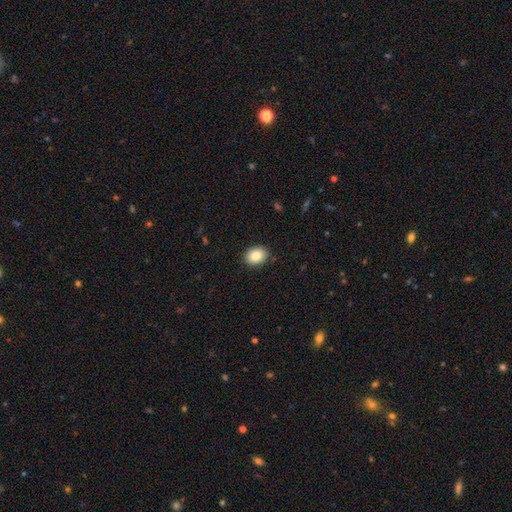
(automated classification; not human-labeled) Smooth or featured? Predicted: smooth (p=0.85). How rounded? Predicted: in between (p=0.57). Merging? Predicted: none (p=0.89).